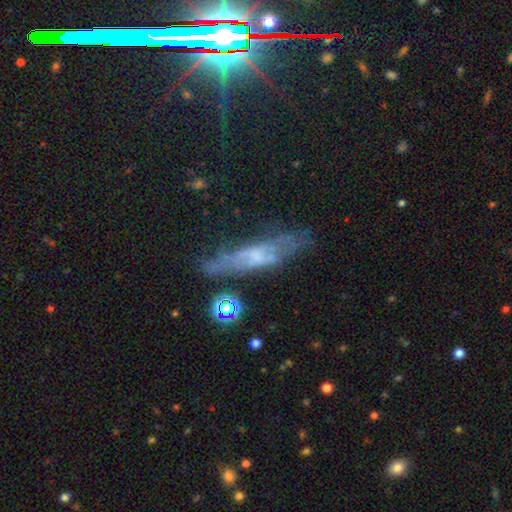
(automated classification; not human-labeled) Smooth or featured?
  - featured or disk: 56% *
  - smooth: 28%
  - star or artifact: 17%
Edge-on disk?
  - yes: 57% *
  - no: 43%
Merging?
  - none: 61% *
  - minor disturbance: 23%
  - major disturbance: 12%
  - merger: 4%